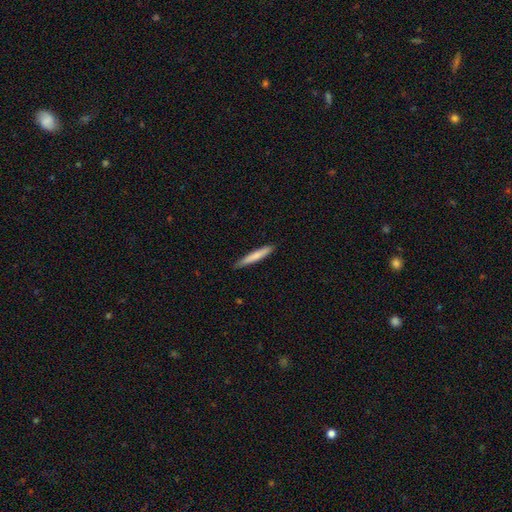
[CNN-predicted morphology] Smooth or featured: smooth — 74% (featured or disk — 21%)
How rounded: cigar-shaped — 94% (in between — 5%)
Merging: none — 87% (minor disturbance — 11%)